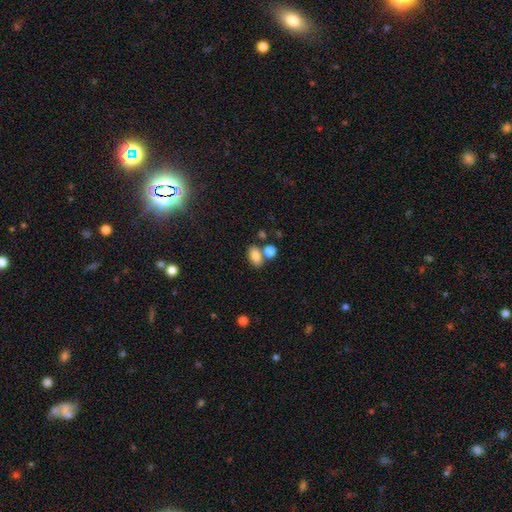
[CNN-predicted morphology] type=smooth (83%); roundness=in between (87%); merging=none (60%).